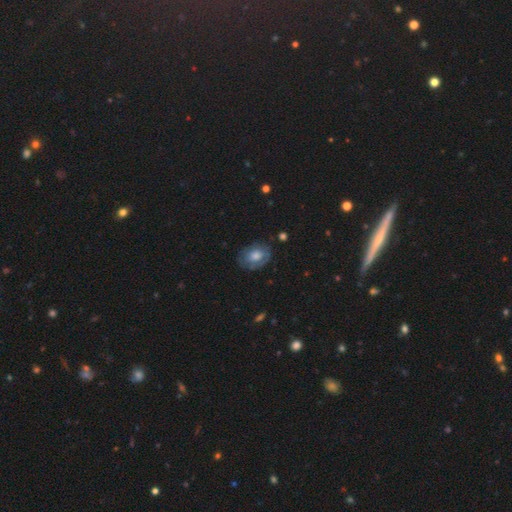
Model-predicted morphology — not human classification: Q: Smooth or featured?
A: smooth (51%); runner-up: featured or disk (41%)
Q: How rounded?
A: in between (67%); runner-up: round (32%)
Q: Merging?
A: none (74%); runner-up: minor disturbance (19%)